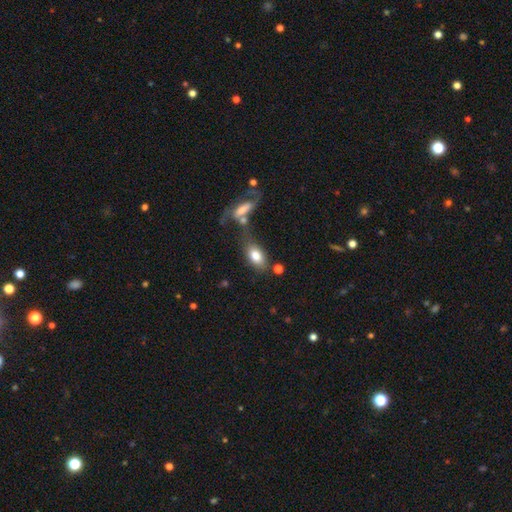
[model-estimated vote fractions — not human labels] Smooth or featured? Predicted: smooth (p=0.79). How rounded? Predicted: in between (p=0.88). Merging? Predicted: none (p=0.49).